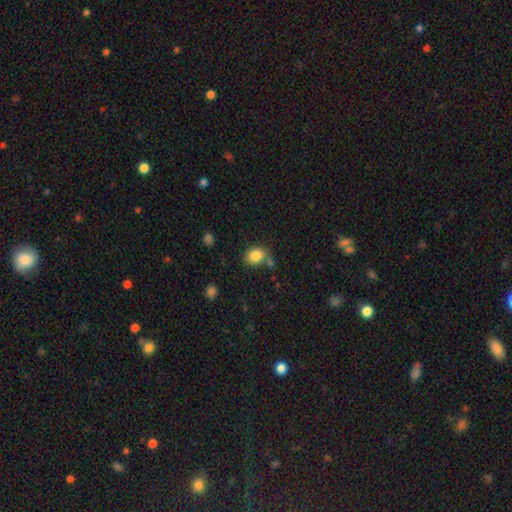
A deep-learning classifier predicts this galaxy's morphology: Overall: smooth (84%). How rounded: round (52%; in between 48%). Merging: none (65%).